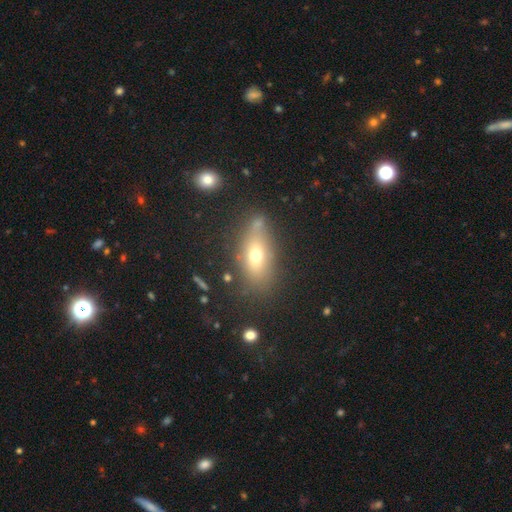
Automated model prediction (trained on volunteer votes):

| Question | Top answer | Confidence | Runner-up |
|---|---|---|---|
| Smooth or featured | smooth | 63% | featured or disk (24%) |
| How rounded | in between | 76% | cigar-shaped (14%) |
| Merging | none | 67% | minor disturbance (17%) |